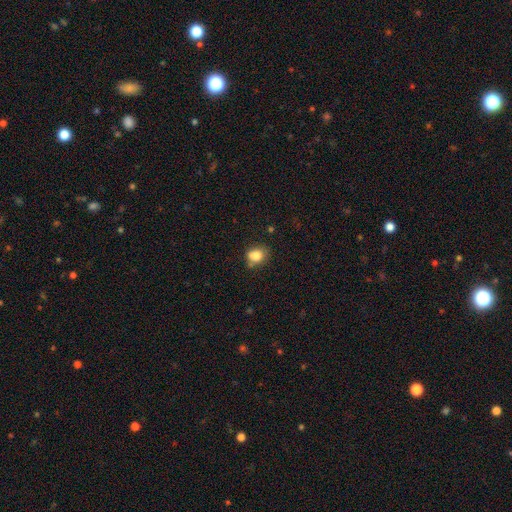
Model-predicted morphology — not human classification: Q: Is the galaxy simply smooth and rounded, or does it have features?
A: smooth — 81%.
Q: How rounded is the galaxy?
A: round — 54%.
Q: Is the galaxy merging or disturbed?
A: none — 60%.